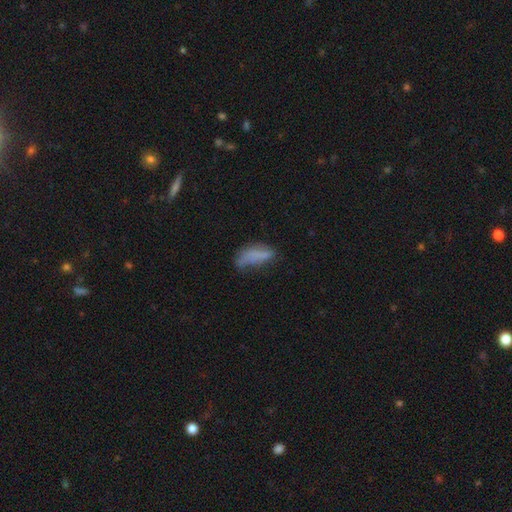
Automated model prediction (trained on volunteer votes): The model was most divided on "merging": none: 35%, minor disturbance: 33%, major disturbance: 27%, merger: 5%. More confident: how rounded — in between (75%); smooth or featured — smooth (64%).